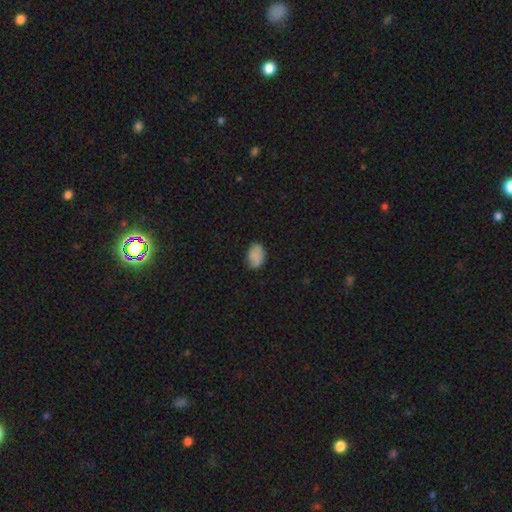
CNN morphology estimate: Q: Smooth or featured?
A: smooth (81%); runner-up: featured or disk (10%)
Q: How rounded?
A: in between (83%); runner-up: round (16%)
Q: Merging?
A: none (73%); runner-up: minor disturbance (21%)